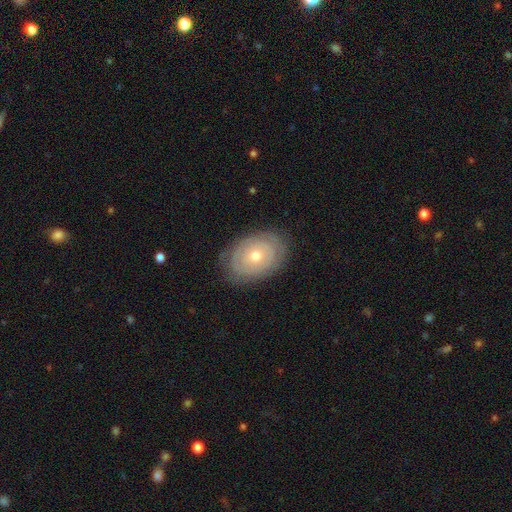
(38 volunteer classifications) A featured or disk galaxy (68%) with no bar (88%), tight (89%) spiral arms (72%) and a small central bulge (56%). Merging: none (81%).